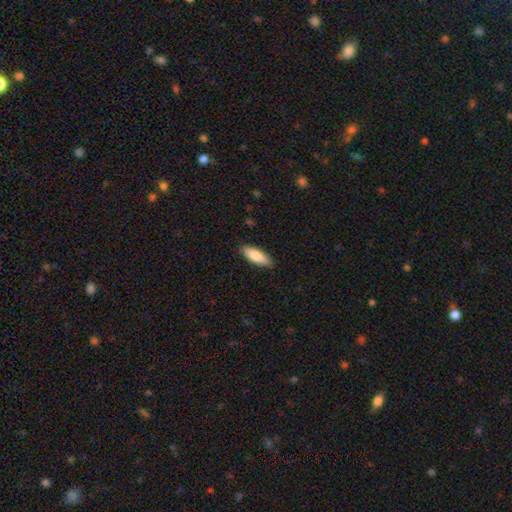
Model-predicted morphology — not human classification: Smooth or featured?
  - smooth: 83% *
  - featured or disk: 11%
  - star or artifact: 5%
How rounded?
  - in between: 62% *
  - cigar-shaped: 36%
  - round: 2%
Merging?
  - none: 88% *
  - minor disturbance: 9%
  - major disturbance: 2%
  - merger: 1%